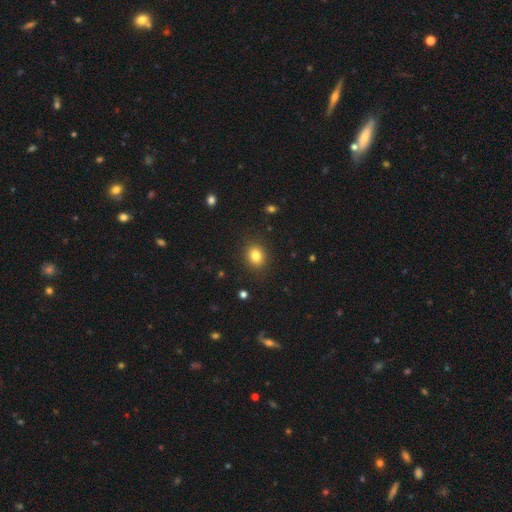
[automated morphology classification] This appears to be a smooth galaxy with no disk features (83%) that is round (59%). Merging: none (88%).